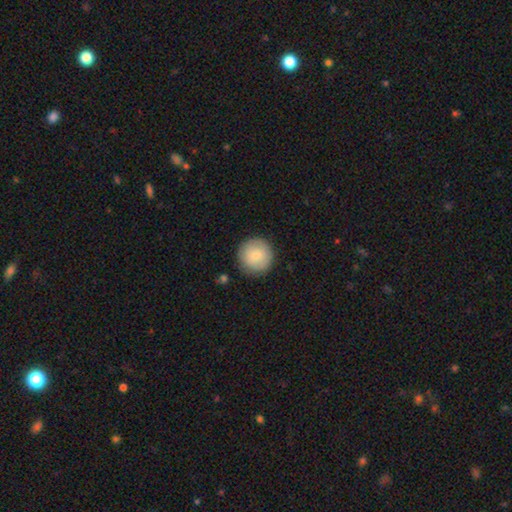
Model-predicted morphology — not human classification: Smooth or featured: smooth — 82% (featured or disk — 12%)
How rounded: round — 96% (in between — 3%)
Merging: none — 88% (minor disturbance — 9%)